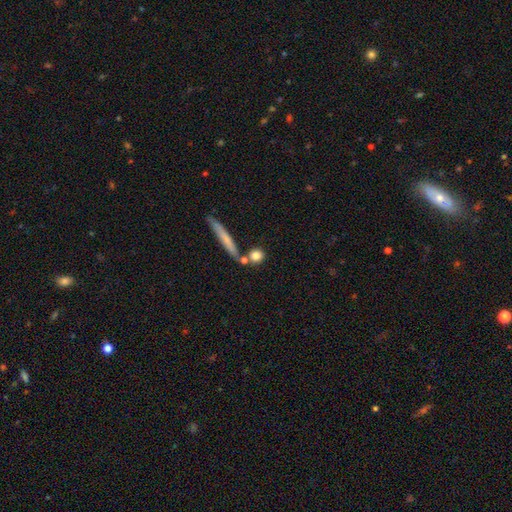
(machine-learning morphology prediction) A smooth galaxy with no disk features (79%) that is round (71%). Merging: none (67%).